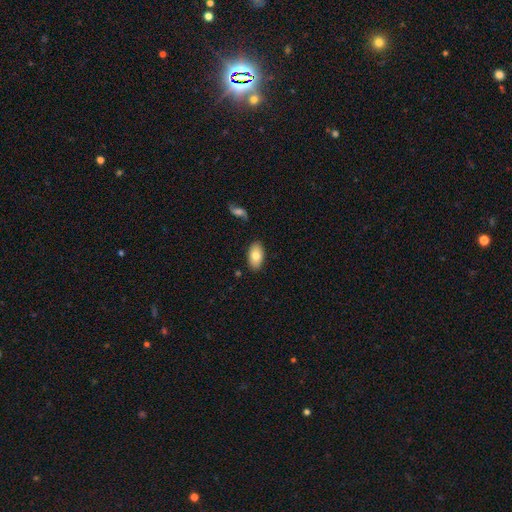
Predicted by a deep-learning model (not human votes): smooth-or-featured: smooth: 78% | featured or disk: 15% | star or artifact: 7%
  how-rounded: in between: 94% | round: 4% | cigar-shaped: 2%
  merging: none: 86% | minor disturbance: 10% | merger: 2% | major disturbance: 2%